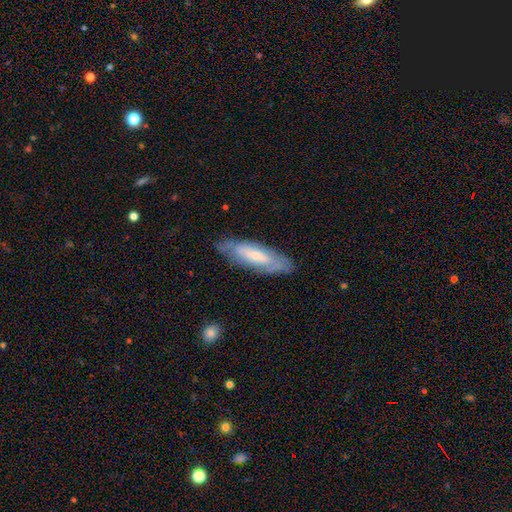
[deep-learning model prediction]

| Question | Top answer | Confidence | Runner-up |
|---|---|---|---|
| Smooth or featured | featured or disk | 52% | smooth (42%) |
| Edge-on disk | no | 69% | yes (31%) |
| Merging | none | 73% | minor disturbance (20%) |